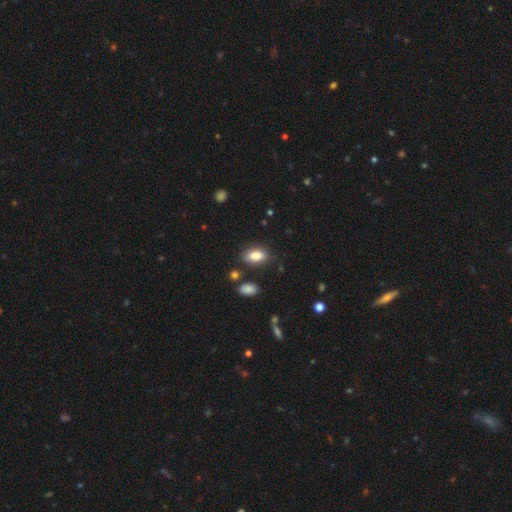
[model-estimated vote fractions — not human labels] Morphology: type=smooth (85%); roundness=in between (90%); merging=none (80%).